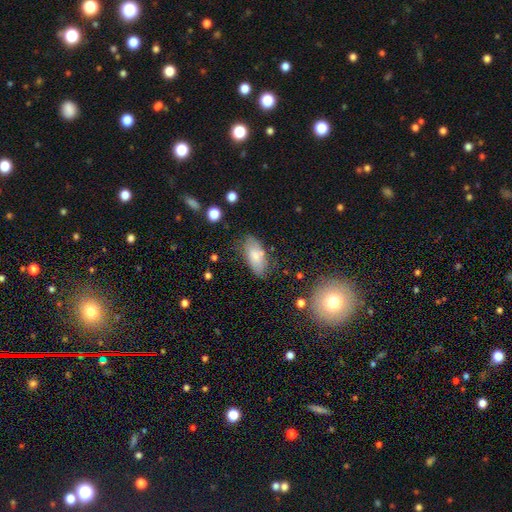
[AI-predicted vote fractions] smooth 75%, featured or disk 18%, star or artifact 7%. Down the decision tree: how rounded — in between (90%); merging — none (68%).